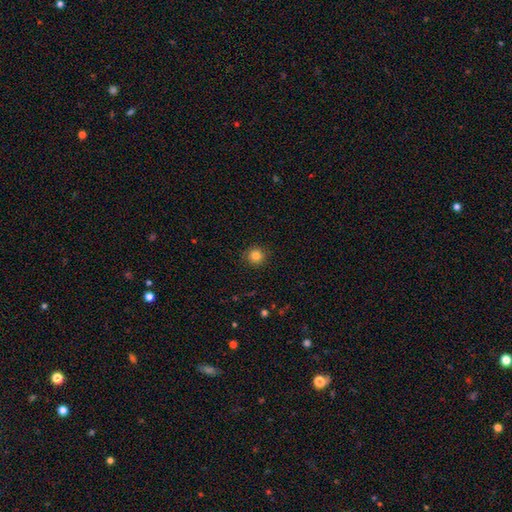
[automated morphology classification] Smooth or featured: smooth — 83% (star or artifact — 12%)
How rounded: round — 94% (in between — 5%)
Merging: none — 90% (minor disturbance — 7%)